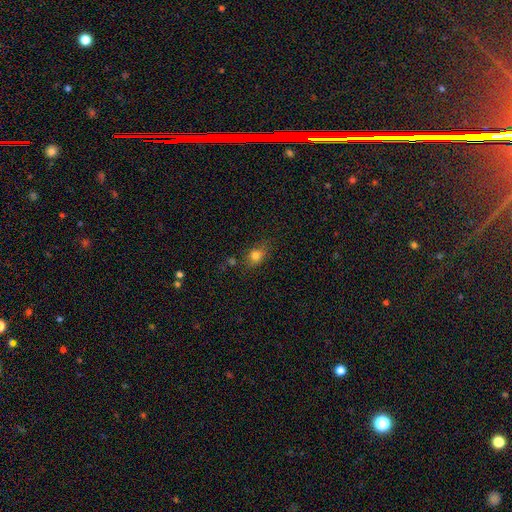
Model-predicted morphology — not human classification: Smooth or featured: smooth — 76% (star or artifact — 14%)
How rounded: in between — 54% (round — 43%)
Merging: none — 70% (minor disturbance — 19%)